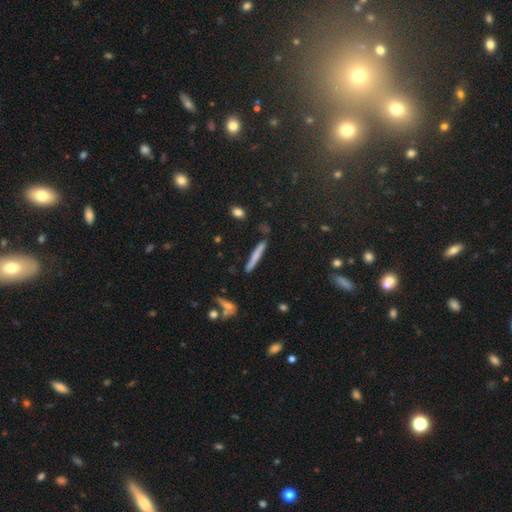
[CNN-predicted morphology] The model was most divided on "smooth or featured": smooth: 65%, featured or disk: 28%, star or artifact: 7%. More confident: how rounded — cigar-shaped (95%); merging — none (84%).